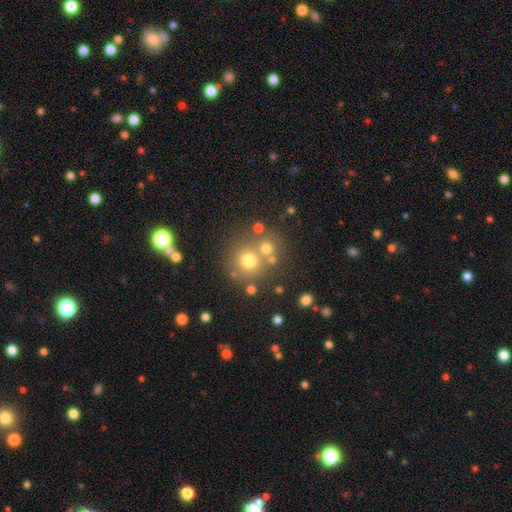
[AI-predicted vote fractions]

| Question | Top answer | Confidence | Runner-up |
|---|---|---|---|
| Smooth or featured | smooth | 58% | star or artifact (26%) |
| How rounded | round | 88% | in between (11%) |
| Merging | none | 60% | merger (28%) |